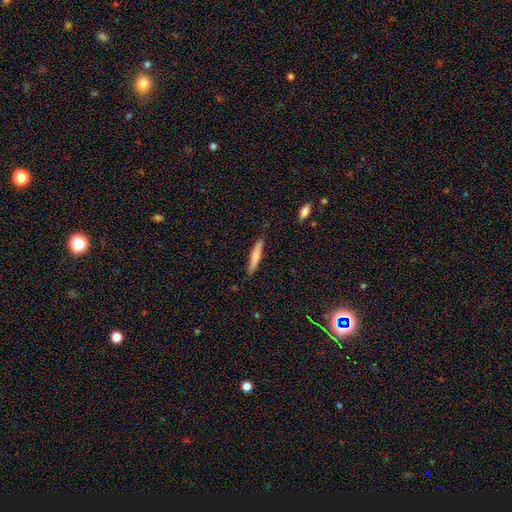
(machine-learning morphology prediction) Q: Smooth or featured?
A: smooth (60%); runner-up: featured or disk (35%)
Q: How rounded?
A: cigar-shaped (90%); runner-up: in between (8%)
Q: Merging?
A: none (88%); runner-up: minor disturbance (9%)